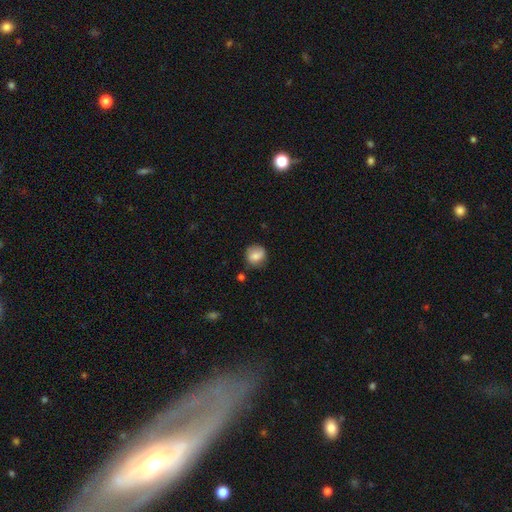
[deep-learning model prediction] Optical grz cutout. It shows a smooth galaxy with no disk features (73%) that is round (84%). Merging: none (74%).